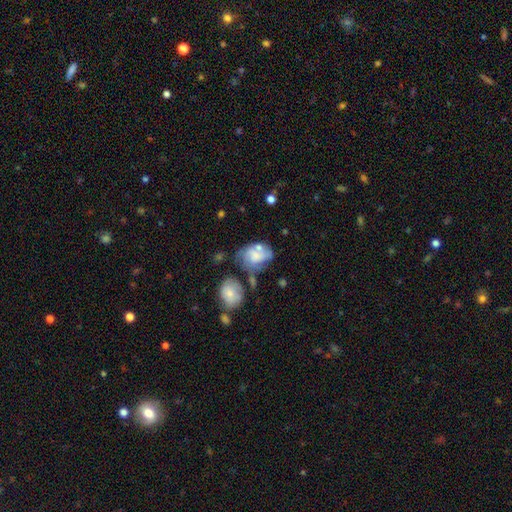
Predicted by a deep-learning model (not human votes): smooth-or-featured: smooth: 48% | featured or disk: 43% | star or artifact: 9%
  merging: none: 30% | major disturbance: 25% | minor disturbance: 25% | merger: 20%